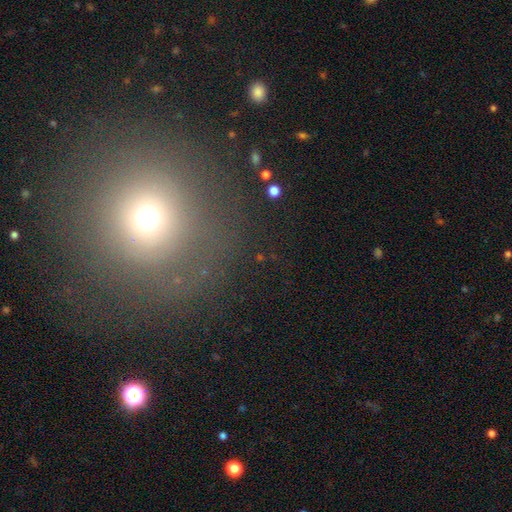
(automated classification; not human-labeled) A smooth galaxy with no disk features (55%) that is round (94%).

Vote fractions:
- Smooth or featured? smooth: 55% / star or artifact: 32% / featured or disk: 13%
- How rounded? round: 94% / in between: 5% / cigar-shaped: 1%
- Merging? none: 84% / minor disturbance: 8% / major disturbance: 5% / merger: 2%